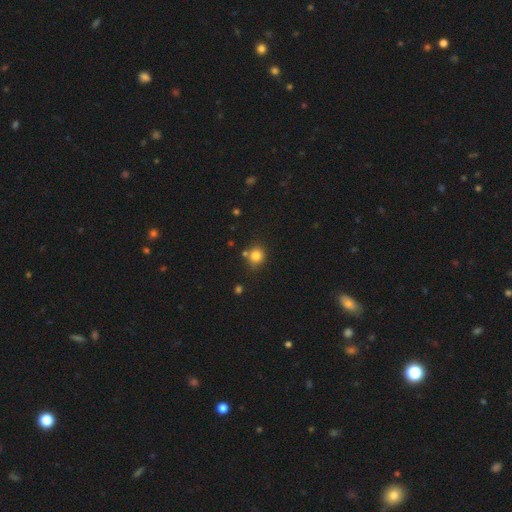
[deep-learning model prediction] Smooth or featured? smooth (82%)
How rounded? round (82%)
Merging? none (72%)